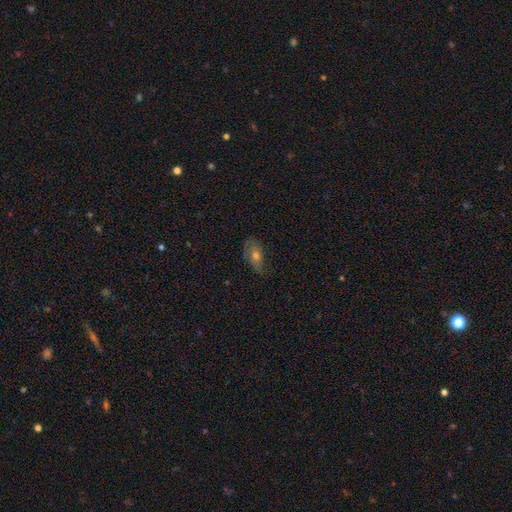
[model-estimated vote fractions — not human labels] This is possibly a featured or disk galaxy (46%). Merging: likely none (62%).